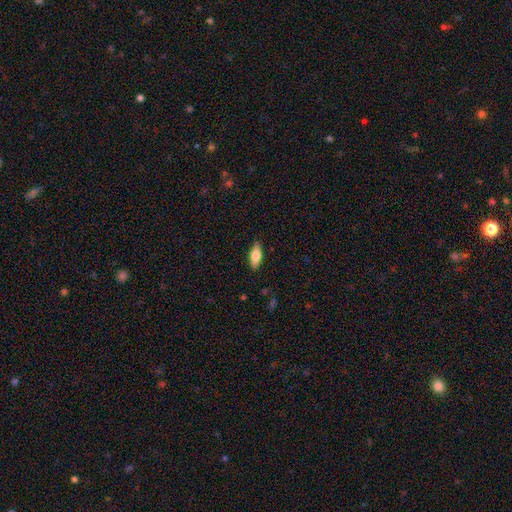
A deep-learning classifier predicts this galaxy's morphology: Smooth or featured: smooth — 70% (featured or disk — 24%)
How rounded: in between — 74% (cigar-shaped — 23%)
Merging: none — 87% (minor disturbance — 10%)